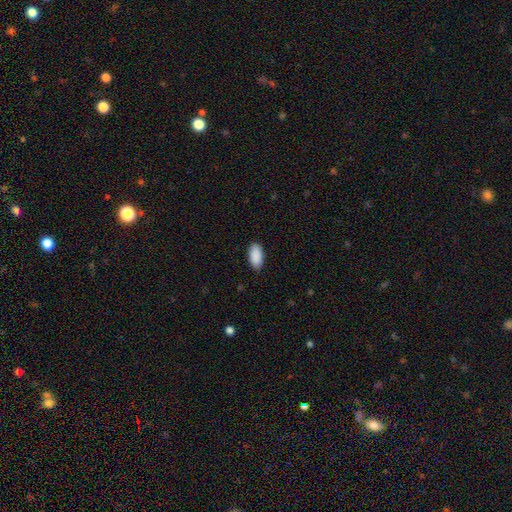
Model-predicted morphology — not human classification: This is clearly a smooth galaxy (91%). How rounded: clearly in between (94%). Merging: clearly none (88%).